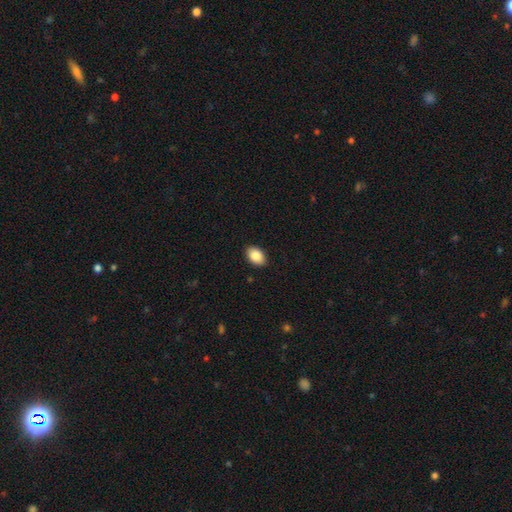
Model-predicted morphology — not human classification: Smooth or featured? Predicted: smooth (p=0.87). How rounded? Predicted: in between (p=0.87). Merging? Predicted: none (p=0.90).